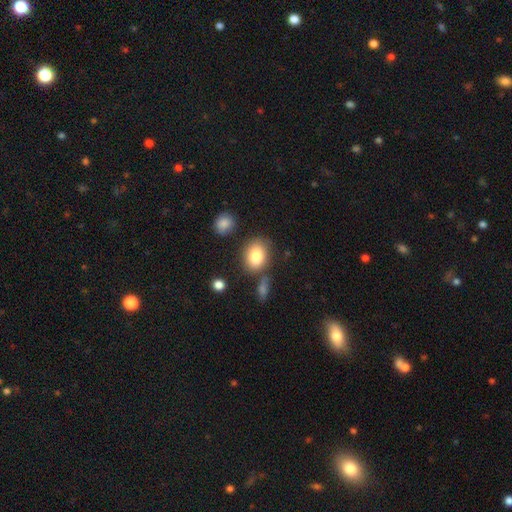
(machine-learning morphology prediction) This is clearly a smooth galaxy (84%). How rounded: likely in between (69%). Merging: likely none (70%).